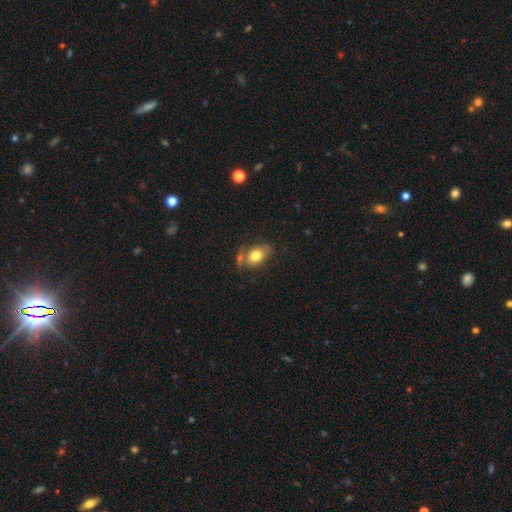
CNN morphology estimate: Smooth or featured: smooth — 73% (featured or disk — 19%)
How rounded: in between — 78% (round — 20%)
Merging: none — 46% (minor disturbance — 23%)